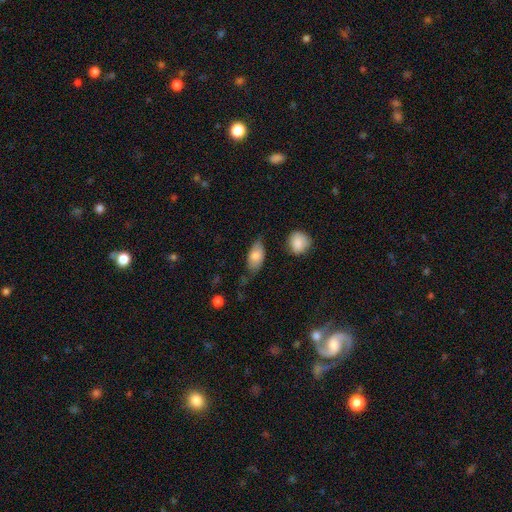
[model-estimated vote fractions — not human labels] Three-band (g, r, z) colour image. It shows a smooth galaxy with no disk features (77%) that is in between round and cigar-shaped (89%). Merging: none (61%).